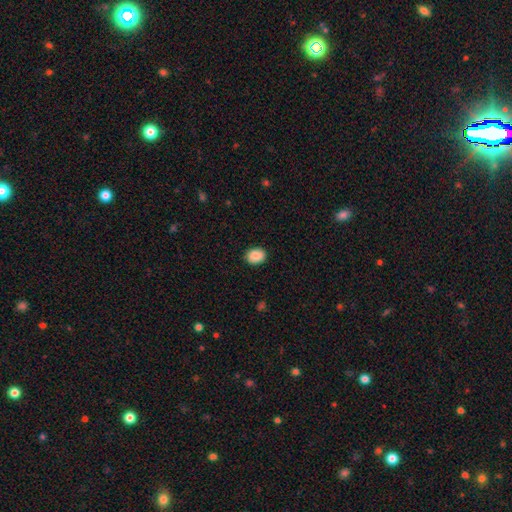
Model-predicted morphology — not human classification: Overall: smooth (87%). How rounded: in between (61%; round 38%). Merging: none (88%).